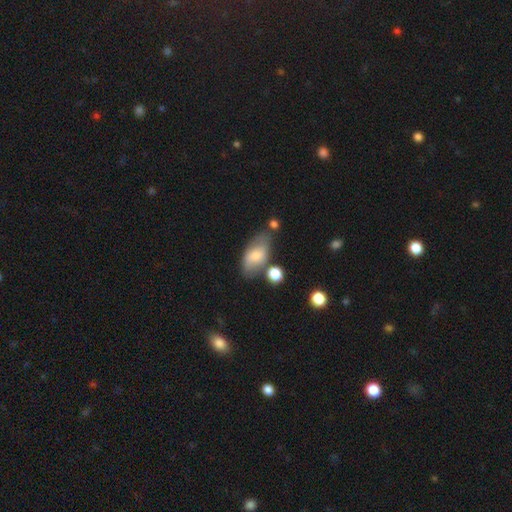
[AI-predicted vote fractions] Morphology: type=smooth (65%); roundness=in between (91%); merging=none (60%).